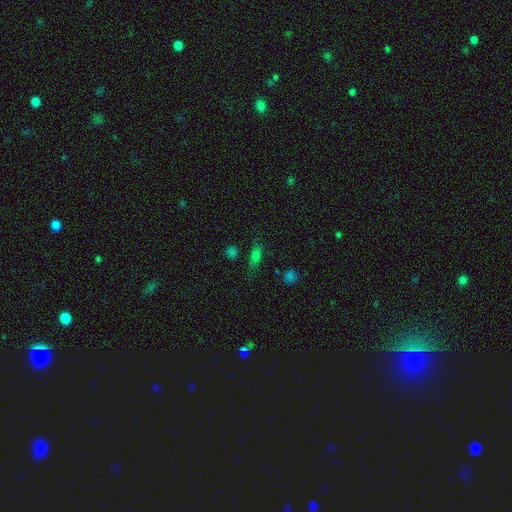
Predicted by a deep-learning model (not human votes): Q: Smooth or featured?
A: smooth (71%); runner-up: star or artifact (17%)
Q: How rounded?
A: in between (69%); runner-up: cigar-shaped (24%)
Q: Merging?
A: none (70%); runner-up: minor disturbance (19%)